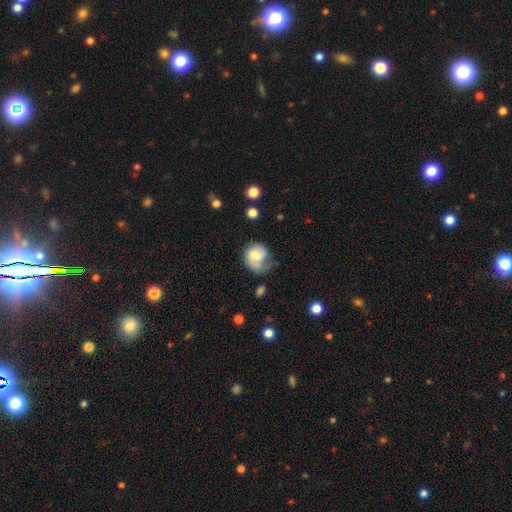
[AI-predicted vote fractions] A smooth galaxy with no disk features (46%, tied with featured or disk). Merging: none (38%).